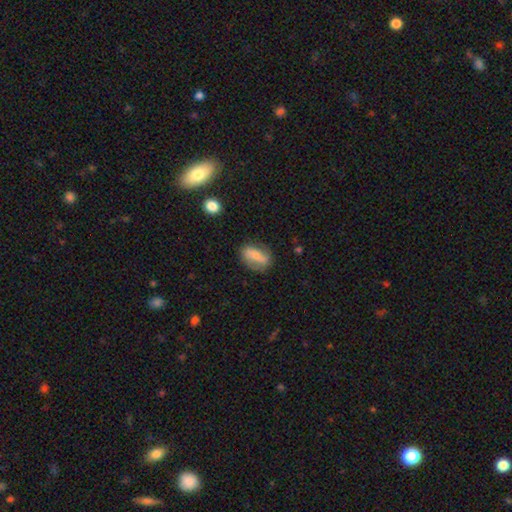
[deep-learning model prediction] Morphology: type=smooth (57%); roundness=in between (80%); merging=none (73%).